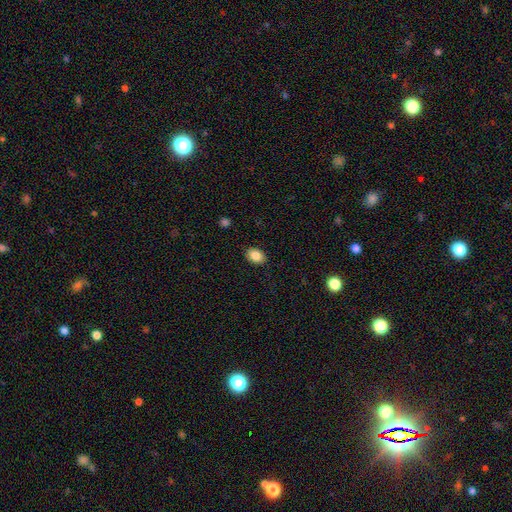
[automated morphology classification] A smooth galaxy with no disk features (86%) that is in between round and cigar-shaped (72%).

Vote fractions:
- Smooth or featured? smooth: 86% / star or artifact: 8% / featured or disk: 5%
- How rounded? in between: 72% / round: 27% / cigar-shaped: 1%
- Merging? none: 86% / minor disturbance: 11% / major disturbance: 2% / merger: 1%